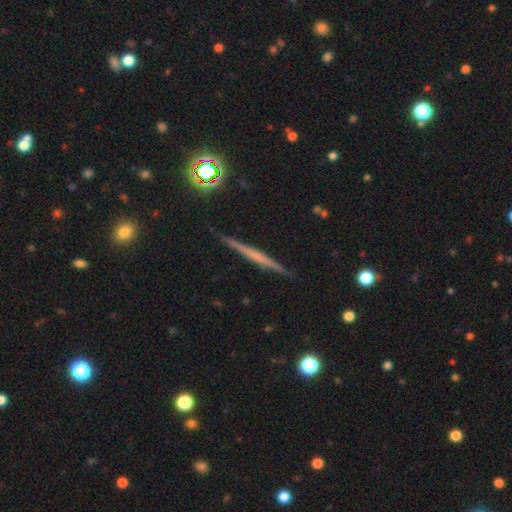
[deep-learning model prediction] The model was most divided on "smooth or featured": featured or disk: 60%, smooth: 29%, star or artifact: 11%. More confident: edge-on disk — yes (98%); merging — none (90%); edge-on bulge — none (69%).